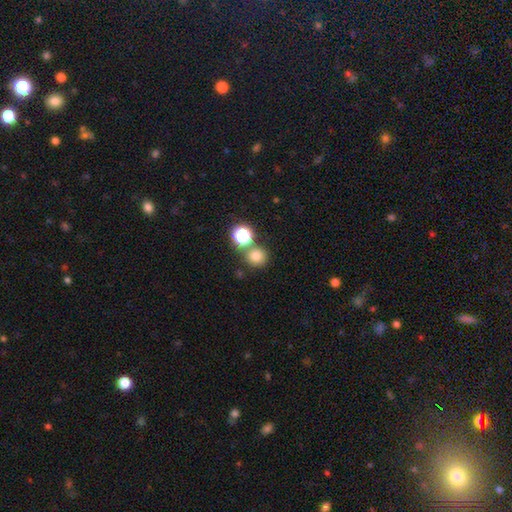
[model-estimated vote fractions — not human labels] Smooth or featured? smooth (75%)
How rounded? round (89%)
Merging? none (69%)